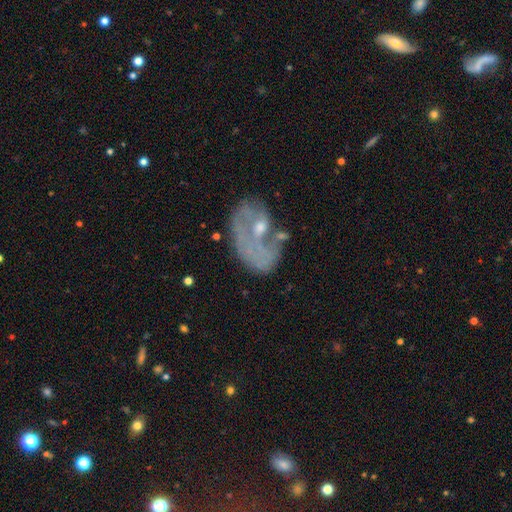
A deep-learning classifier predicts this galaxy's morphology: The model was most divided on "merging": none: 36%, major disturbance: 29%, minor disturbance: 21%, merger: 14%. Remaining: edge-on disk — no (96%); bar — no (80%); spiral arms — no (66%); smooth or featured — featured or disk (58%); bulge size — small (45%).